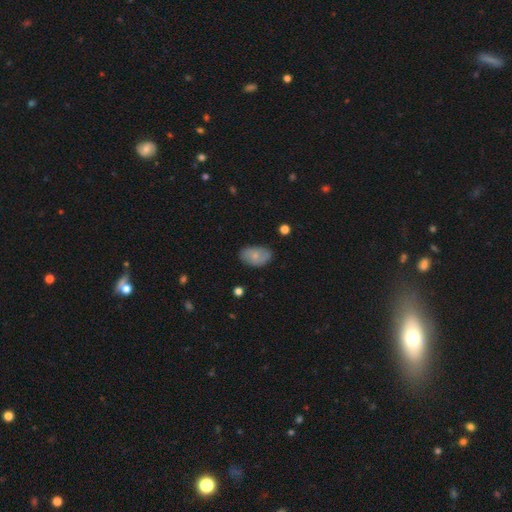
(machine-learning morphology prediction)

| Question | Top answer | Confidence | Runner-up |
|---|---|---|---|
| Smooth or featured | smooth | 71% | featured or disk (22%) |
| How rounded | in between | 89% | round (9%) |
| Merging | none | 75% | minor disturbance (19%) |